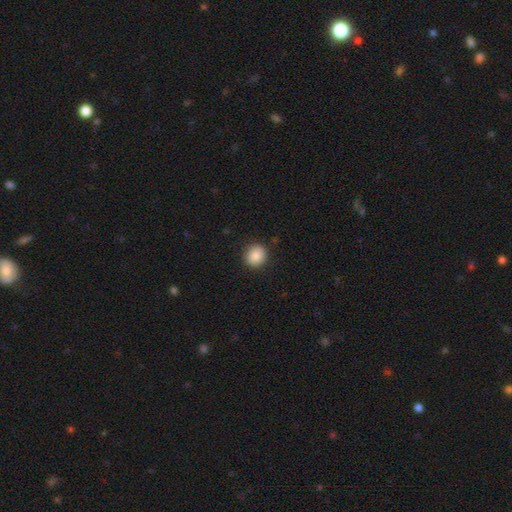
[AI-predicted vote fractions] Morphology: type=smooth (86%); roundness=round (88%); merging=none (90%).